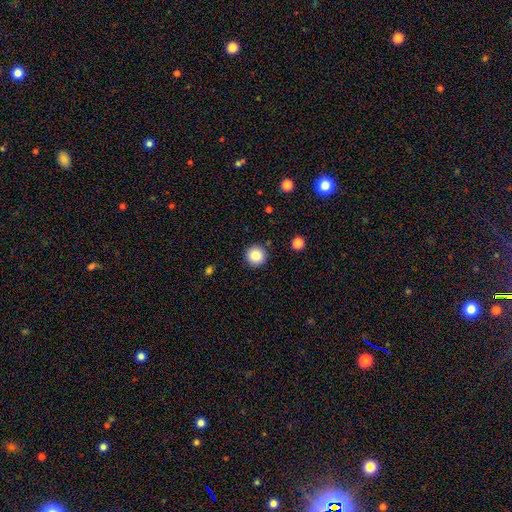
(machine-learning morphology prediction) Smooth or featured? Predicted: smooth (p=0.85). How rounded? Predicted: round (p=0.96). Merging? Predicted: none (p=0.90).